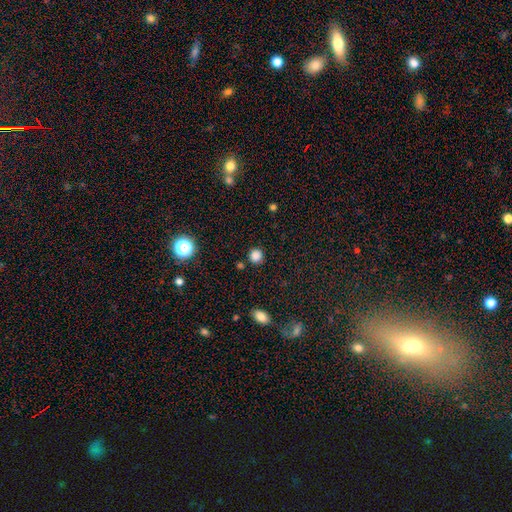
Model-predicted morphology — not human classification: type=smooth (82%); roundness=round (88%); merging=none (85%).